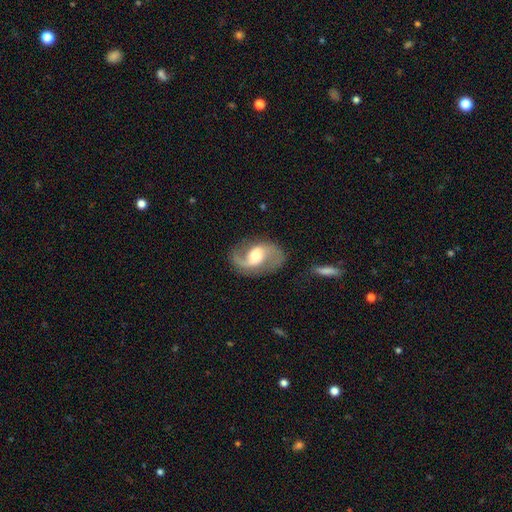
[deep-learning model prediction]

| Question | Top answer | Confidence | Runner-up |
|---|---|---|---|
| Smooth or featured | featured or disk | 88% | smooth (7%) |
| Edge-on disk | no | 97% | yes (3%) |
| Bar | weak | 46% | no (37%) |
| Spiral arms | yes | 96% | no (4%) |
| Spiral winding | loose | 53% | medium (40%) |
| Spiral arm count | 2 | 90% | 1 (5%) |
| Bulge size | moderate | 64% | small (18%) |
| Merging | none | 76% | minor disturbance (14%) |